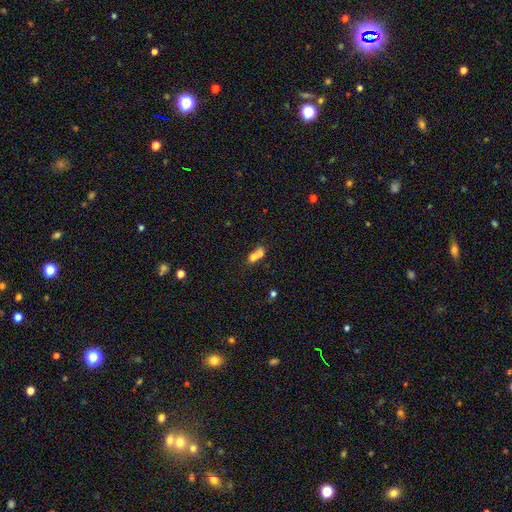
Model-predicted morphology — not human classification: The model was most divided on "how rounded": in between: 52%, round: 42%, cigar-shaped: 6%. More confident: merging — merger (71%); smooth or featured — smooth (68%).